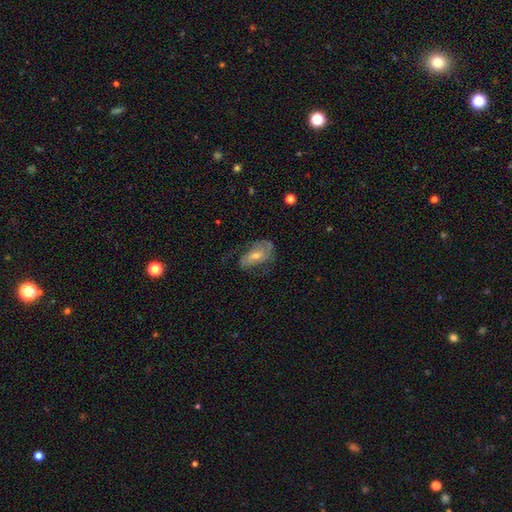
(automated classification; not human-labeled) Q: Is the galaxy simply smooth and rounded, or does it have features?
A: featured or disk — 64%.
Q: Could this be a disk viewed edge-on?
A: no — 93%.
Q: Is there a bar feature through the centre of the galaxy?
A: no — 56%.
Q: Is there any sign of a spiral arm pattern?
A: yes — 77%.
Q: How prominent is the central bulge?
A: small — 48%.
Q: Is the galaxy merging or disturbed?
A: none — 52%.